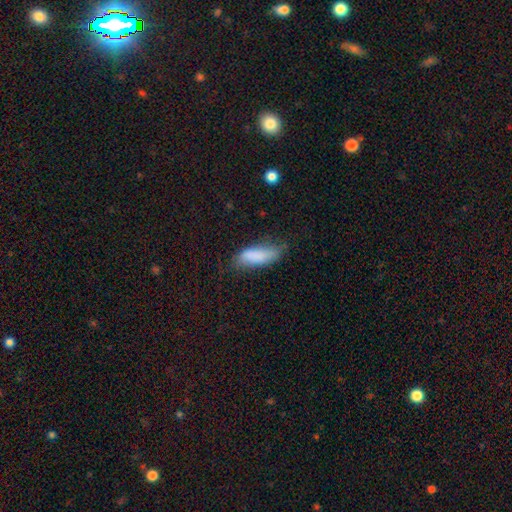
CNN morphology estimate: Q: Smooth or featured?
A: smooth (82%); runner-up: featured or disk (11%)
Q: How rounded?
A: in between (62%); runner-up: cigar-shaped (36%)
Q: Merging?
A: none (56%); runner-up: minor disturbance (31%)